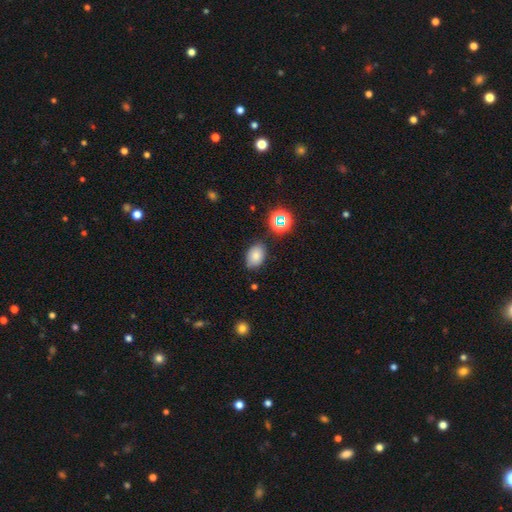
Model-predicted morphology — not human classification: Smooth or featured?
  - smooth: 79% *
  - star or artifact: 13%
  - featured or disk: 8%
How rounded?
  - in between: 82% *
  - round: 17%
  - cigar-shaped: 1%
Merging?
  - none: 81% *
  - minor disturbance: 13%
  - major disturbance: 3%
  - merger: 3%